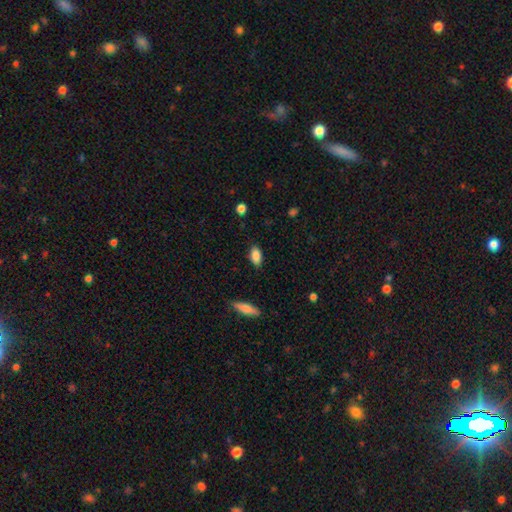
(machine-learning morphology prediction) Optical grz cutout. It shows a smooth galaxy with no disk features (86%) that is in between round and cigar-shaped (90%). Merging: none (84%).